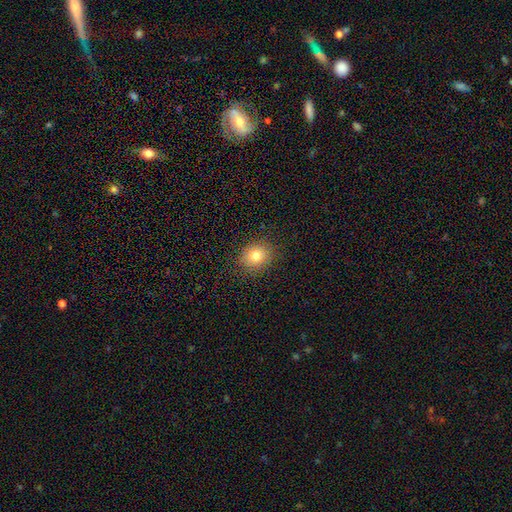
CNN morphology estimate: Overall: smooth (80%). How rounded: round (66%; in between 33%). Merging: none (88%).